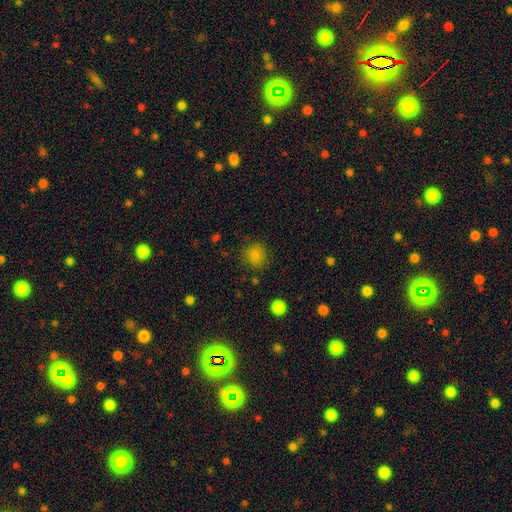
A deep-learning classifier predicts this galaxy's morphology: smooth_or_featured: smooth (p=0.83) [alt: star or artifact p=0.13]
how_rounded: round (p=0.85) [alt: in between p=0.14]
merging: none (p=0.83) [alt: minor disturbance p=0.11]